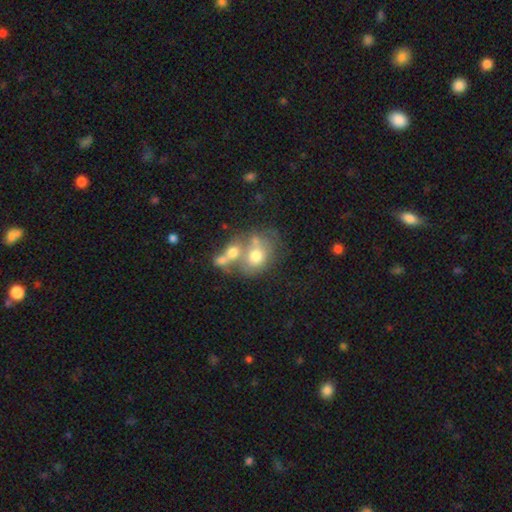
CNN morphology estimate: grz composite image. It shows a smooth galaxy with no disk features (59%) that is round (56%). Merging: merger (57%).